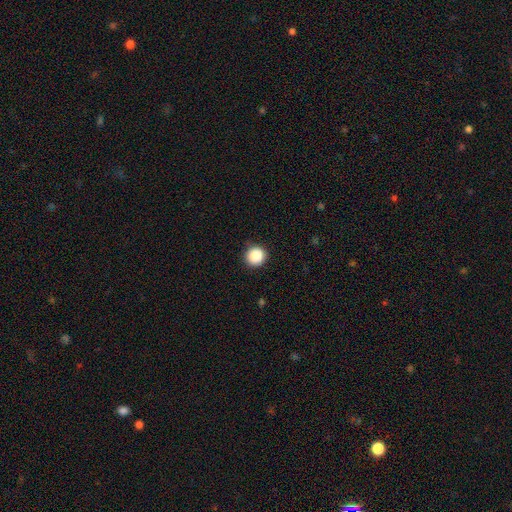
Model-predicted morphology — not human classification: smooth_or_featured: smooth (p=0.88) [alt: star or artifact p=0.09]
how_rounded: round (p=0.95) [alt: in between p=0.05]
merging: none (p=0.90) [alt: minor disturbance p=0.07]